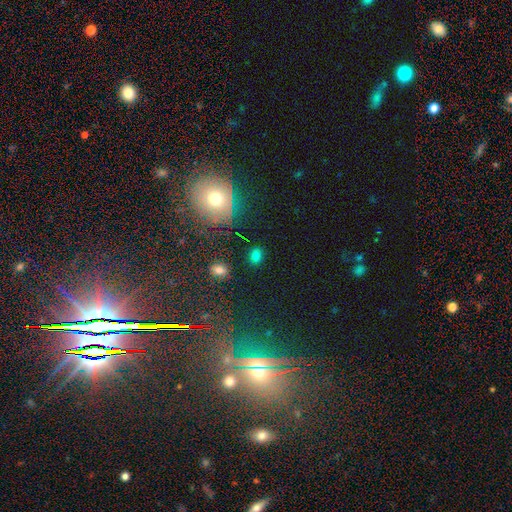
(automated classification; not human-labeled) Q: Smooth or featured?
A: smooth (70%); runner-up: star or artifact (23%)
Q: How rounded?
A: in between (65%); runner-up: round (32%)
Q: Merging?
A: none (83%); runner-up: minor disturbance (10%)